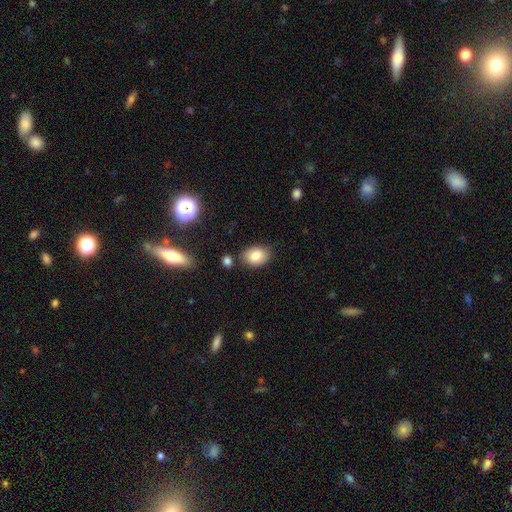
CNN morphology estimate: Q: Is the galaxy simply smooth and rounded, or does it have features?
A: smooth — 82%.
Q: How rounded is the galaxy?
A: in between — 75%.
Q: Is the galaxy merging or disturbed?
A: none — 77%.